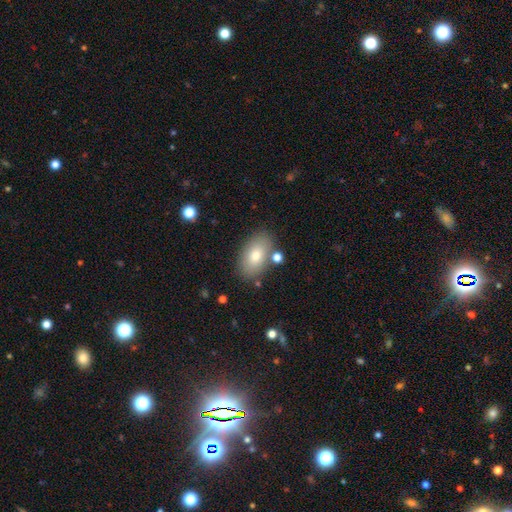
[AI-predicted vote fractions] smooth 76%, featured or disk 16%, star or artifact 8%. Down the decision tree: how rounded — in between (91%); merging — none (81%).